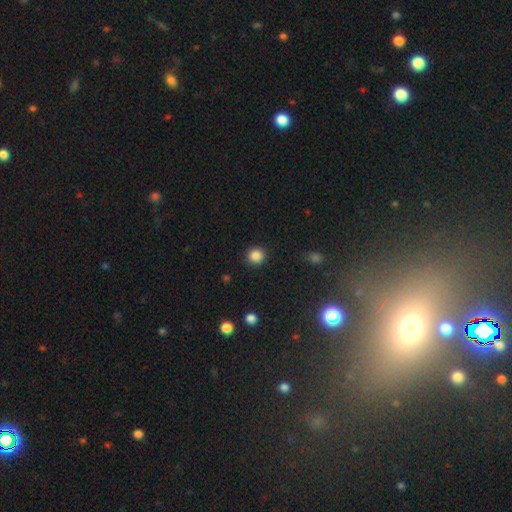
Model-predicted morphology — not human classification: Smooth or featured?
  - smooth: 86% *
  - star or artifact: 11%
  - featured or disk: 3%
How rounded?
  - round: 92% *
  - in between: 7%
  - cigar-shaped: 1%
Merging?
  - none: 90% *
  - minor disturbance: 6%
  - major disturbance: 2%
  - merger: 1%